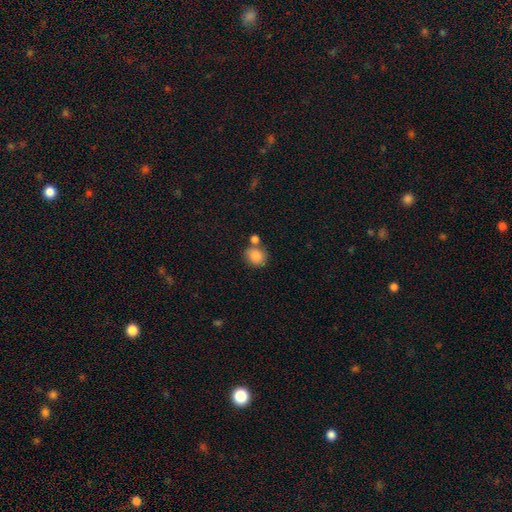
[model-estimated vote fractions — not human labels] This appears to be a smooth galaxy with no disk features (85%) that is round (65%). Merging: none (57%).